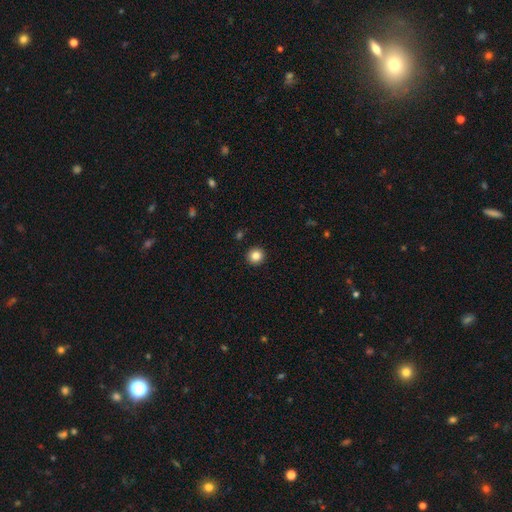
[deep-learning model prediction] Smooth or featured? Predicted: smooth (p=0.85). How rounded? Predicted: round (p=0.95). Merging? Predicted: none (p=0.93).